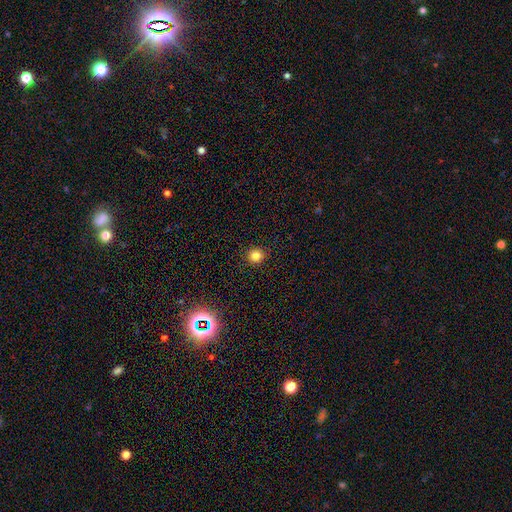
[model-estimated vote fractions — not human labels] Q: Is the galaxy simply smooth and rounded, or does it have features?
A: smooth — 82%.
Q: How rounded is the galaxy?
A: round — 90%.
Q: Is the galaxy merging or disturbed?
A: none — 90%.